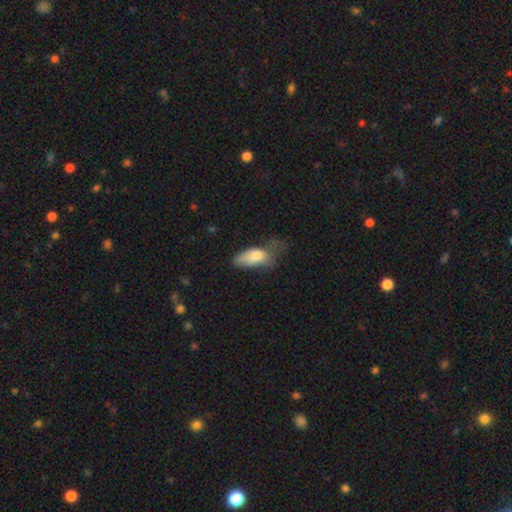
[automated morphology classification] A smooth galaxy with no disk features (73%) that is in between round and cigar-shaped (83%). Merging: major disturbance (45%).